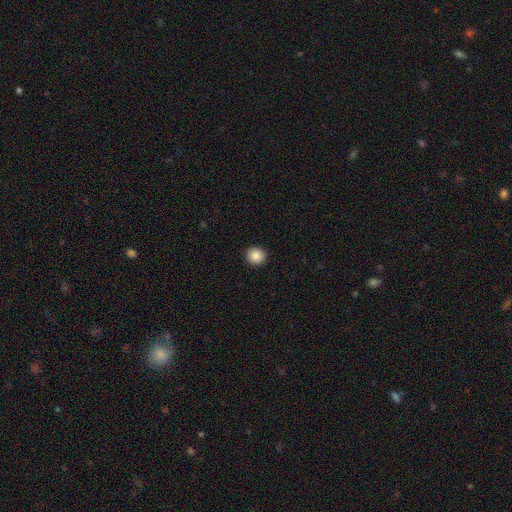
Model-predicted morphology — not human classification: smooth-or-featured: smooth: 88% | star or artifact: 9% | featured or disk: 3%
  how-rounded: round: 93% | in between: 6% | cigar-shaped: 1%
  merging: none: 93% | minor disturbance: 5% | major disturbance: 2% | merger: 1%